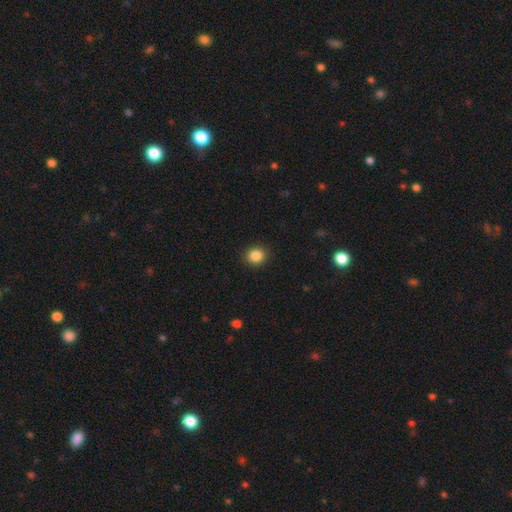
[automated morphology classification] Overall: smooth (86%). How rounded: round (78%). Merging: none (91%).